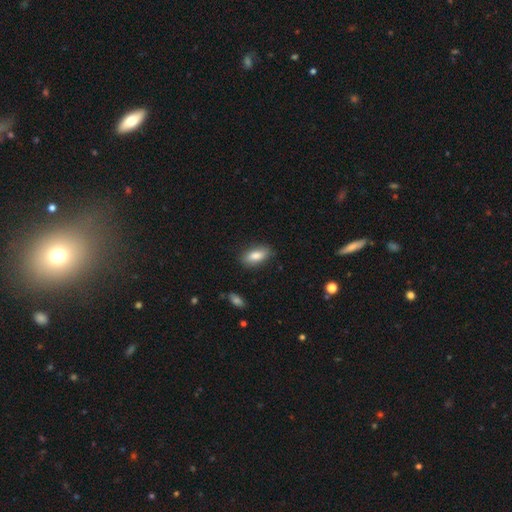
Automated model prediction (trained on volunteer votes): A smooth galaxy with no disk features (84%) that is in between round and cigar-shaped (86%). Merging: none (83%).